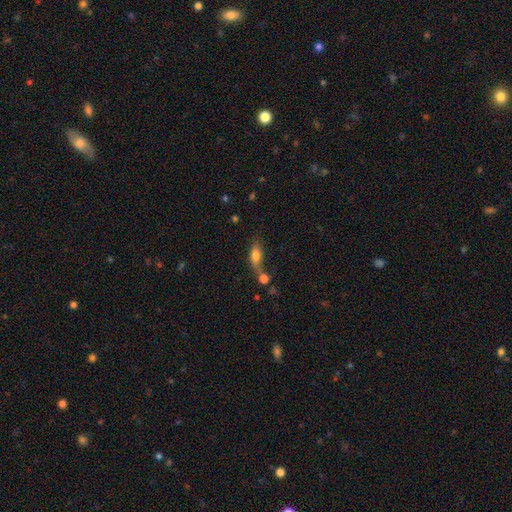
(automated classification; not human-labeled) smooth_or_featured: smooth (p=0.72) [alt: featured or disk p=0.18]
how_rounded: in between (p=0.75) [alt: cigar-shaped p=0.16]
merging: merger (p=0.39) [alt: none p=0.35]